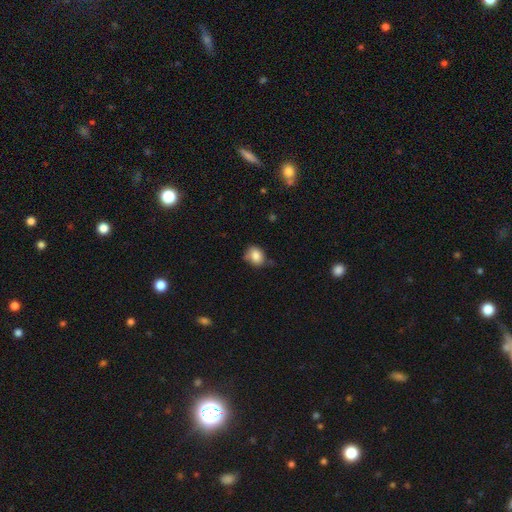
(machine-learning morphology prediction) A smooth galaxy with no disk features (82%) that is round (60%). Merging: none (55%).